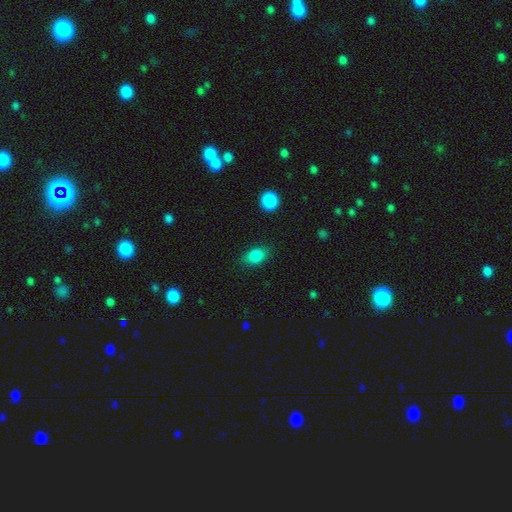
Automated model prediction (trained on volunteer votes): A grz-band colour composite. It shows a smooth galaxy with no disk features (85%) that is in between round and cigar-shaped (81%). Merging: none (82%).